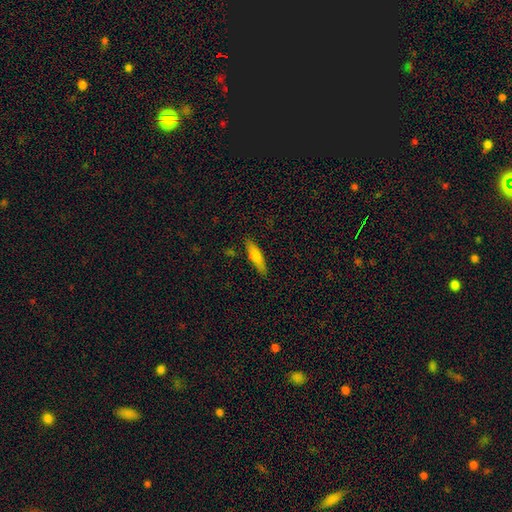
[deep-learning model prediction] Smooth or featured? smooth (69%)
How rounded? cigar-shaped (74%)
Merging? none (86%)